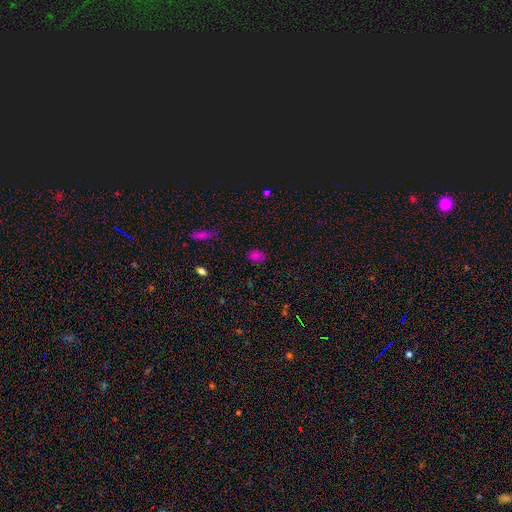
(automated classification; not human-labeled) Smooth or featured? smooth (78%)
How rounded? in between (71%)
Merging? none (80%)